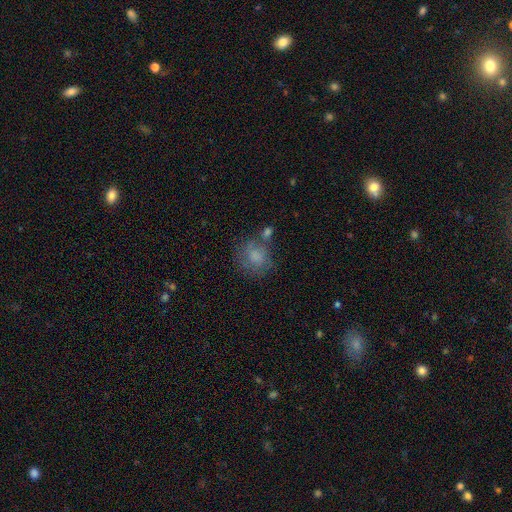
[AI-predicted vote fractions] This appears to be a smooth galaxy with no disk features (66%) that is round (71%). Merging: none (50%).